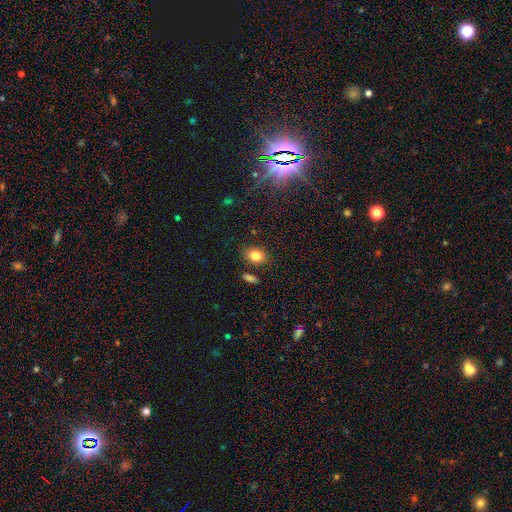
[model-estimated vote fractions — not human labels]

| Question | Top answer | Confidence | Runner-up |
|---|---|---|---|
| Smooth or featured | smooth | 82% | star or artifact (10%) |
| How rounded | in between | 65% | round (34%) |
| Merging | none | 82% | minor disturbance (11%) |